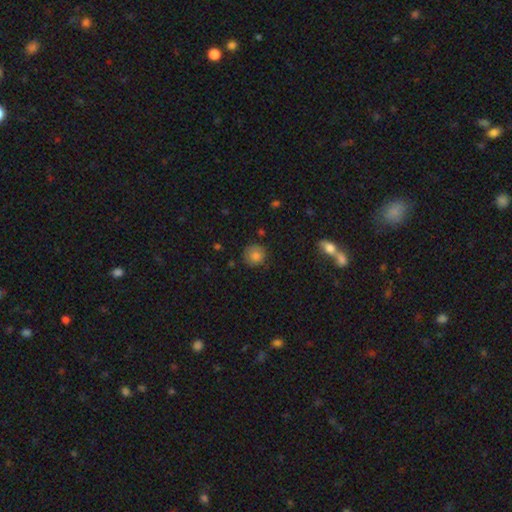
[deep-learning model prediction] This is clearly a smooth galaxy (80%). How rounded: clearly round (92%). Merging: clearly none (81%).